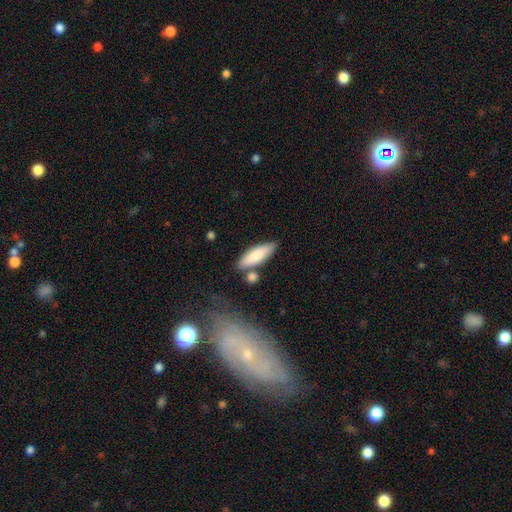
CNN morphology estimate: smooth_or_featured: smooth (p=0.80) [alt: featured or disk p=0.14]
how_rounded: in between (p=0.50) [alt: cigar-shaped p=0.48]
merging: none (p=0.73) [alt: minor disturbance p=0.13]